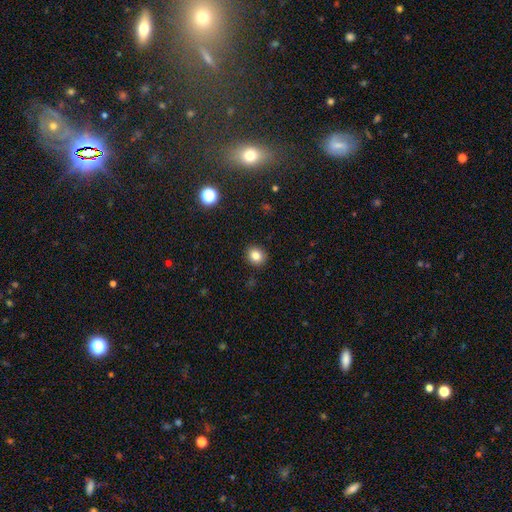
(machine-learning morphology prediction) smooth-or-featured: smooth: 83% | star or artifact: 11% | featured or disk: 6%
  how-rounded: round: 76% | in between: 23% | cigar-shaped: 1%
  merging: none: 91% | minor disturbance: 6% | major disturbance: 2% | merger: 1%